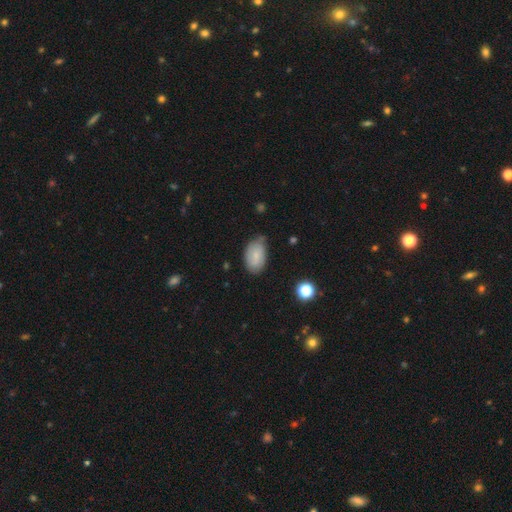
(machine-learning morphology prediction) type=smooth (80%); roundness=in between (93%); merging=none (60%).